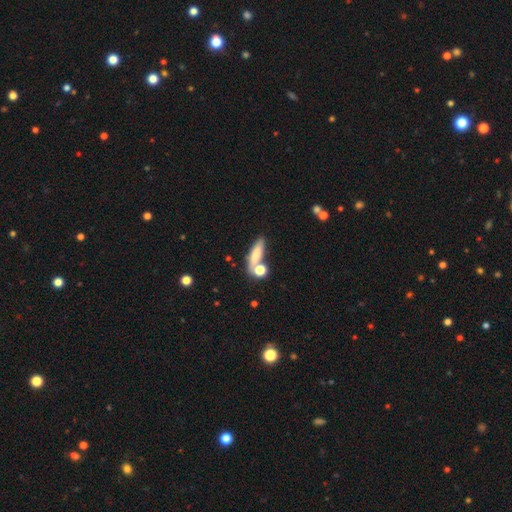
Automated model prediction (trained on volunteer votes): A smooth galaxy with no disk features (74%) that is cigar-shaped (52%). Merging: none (56%).